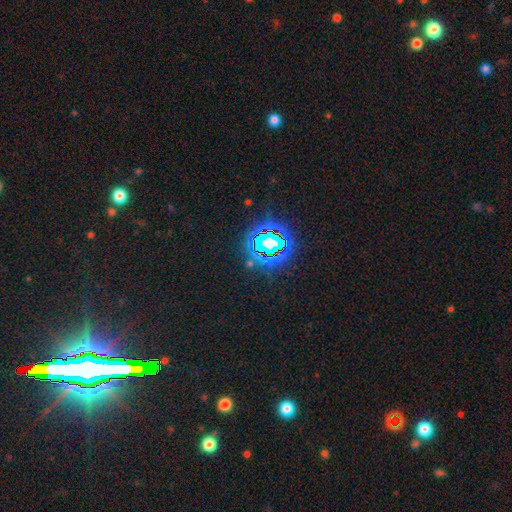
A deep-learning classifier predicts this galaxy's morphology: The model was most divided on "smooth or featured": star or artifact: 82%, featured or disk: 9%, smooth: 9%.